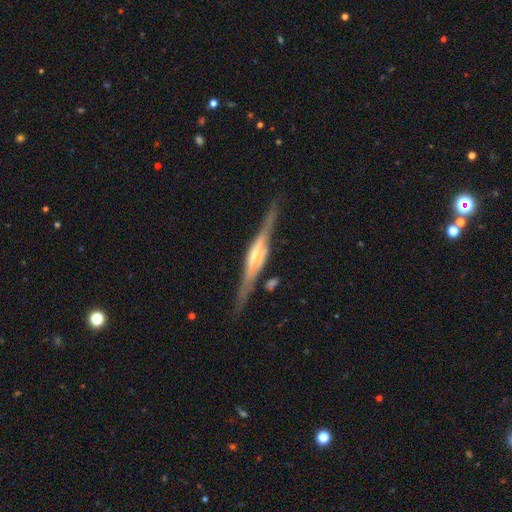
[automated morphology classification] This appears to be a featured or disk galaxy (84%) viewed edge-on (97%) with a rounded central bulge (60%). Merging: none (83%).